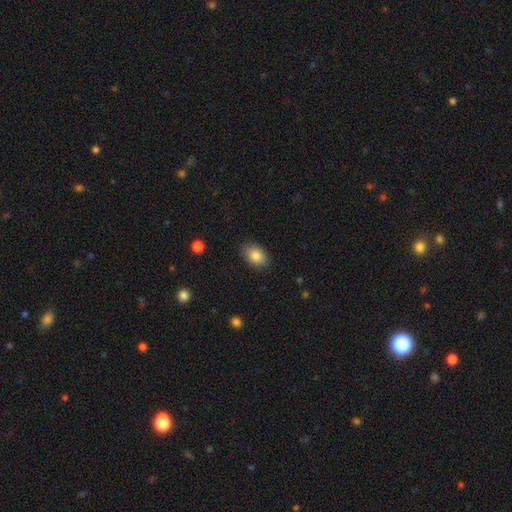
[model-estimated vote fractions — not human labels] Q: Smooth or featured?
A: smooth (85%); runner-up: featured or disk (8%)
Q: How rounded?
A: in between (85%); runner-up: round (14%)
Q: Merging?
A: none (86%); runner-up: minor disturbance (11%)